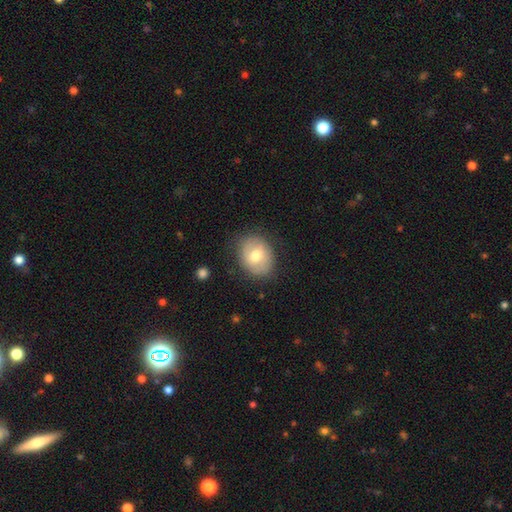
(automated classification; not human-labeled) This appears to be a smooth galaxy with no disk features (63%) that is round (55%). Merging: none (79%).